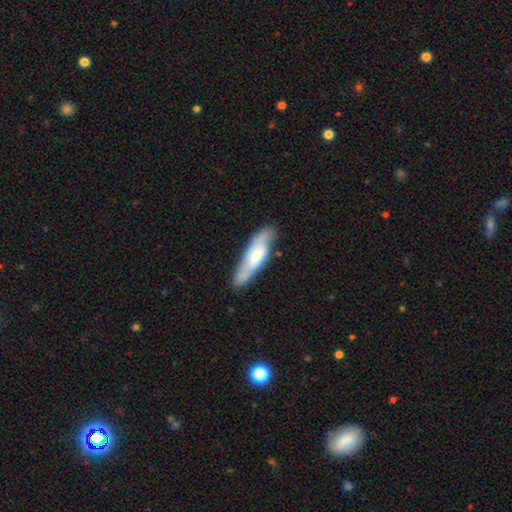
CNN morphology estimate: smooth-or-featured: smooth: 55% | featured or disk: 39% | star or artifact: 5%
  how-rounded: cigar-shaped: 63% | in between: 35% | round: 2%
  merging: none: 74% | minor disturbance: 19% | major disturbance: 4% | merger: 3%